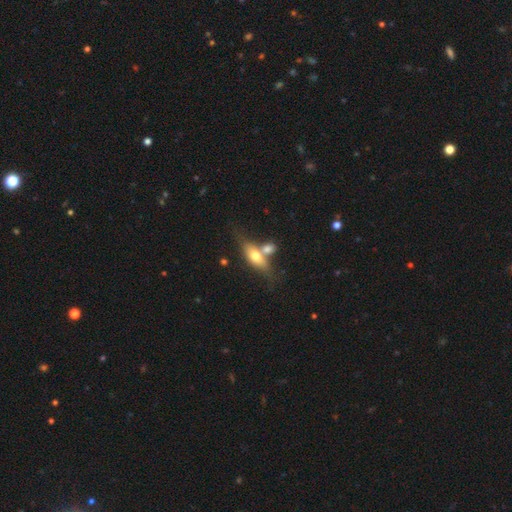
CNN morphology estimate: A smooth galaxy with no disk features (57%) that is in between round and cigar-shaped (66%).

Vote fractions:
- Smooth or featured? smooth: 57% / featured or disk: 36% / star or artifact: 7%
- How rounded? in between: 66% / cigar-shaped: 27% / round: 7%
- Merging? merger: 44% / none: 38% / minor disturbance: 12% / major disturbance: 6%